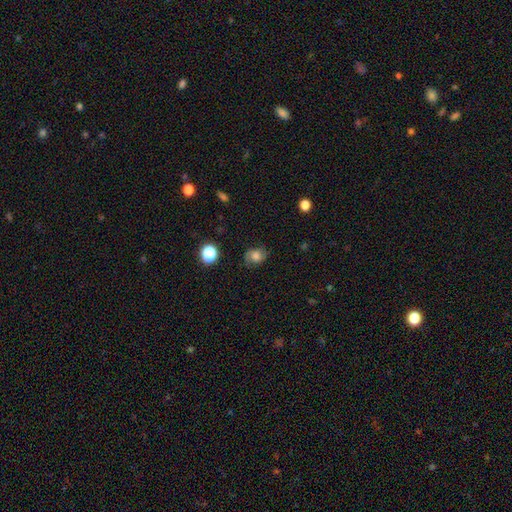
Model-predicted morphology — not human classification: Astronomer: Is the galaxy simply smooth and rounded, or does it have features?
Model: smooth — 65%.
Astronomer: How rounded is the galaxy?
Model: round — 52% (runner-up: in between, 47%).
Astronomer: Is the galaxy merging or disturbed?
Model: none — 72%.